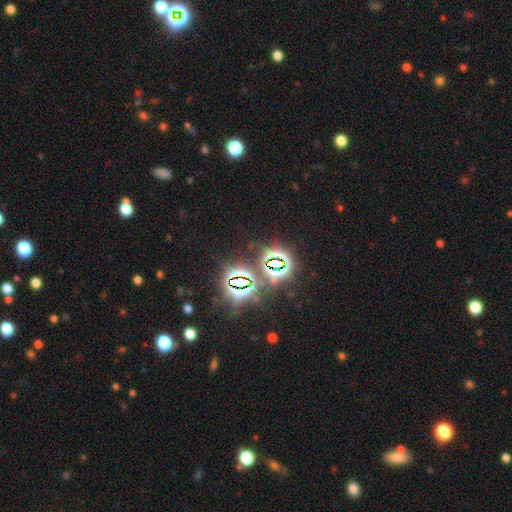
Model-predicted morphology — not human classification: The model was most divided on "smooth or featured": star or artifact: 72%, smooth: 16%, featured or disk: 12%.